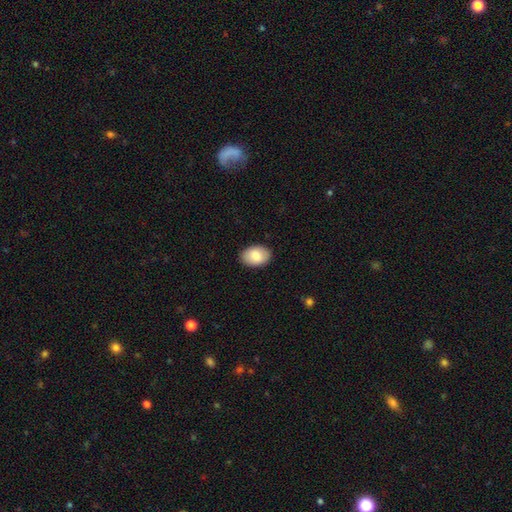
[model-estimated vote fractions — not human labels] Morphology: type=smooth (84%); roundness=in between (85%); merging=none (90%).